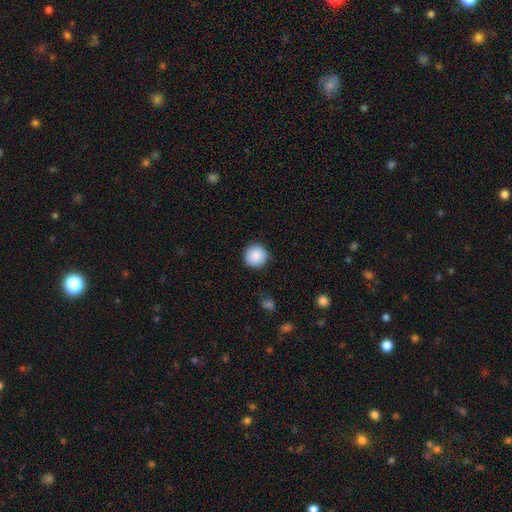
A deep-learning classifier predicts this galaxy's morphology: Overall: smooth (89%). How rounded: round (95%). Merging: none (91%).